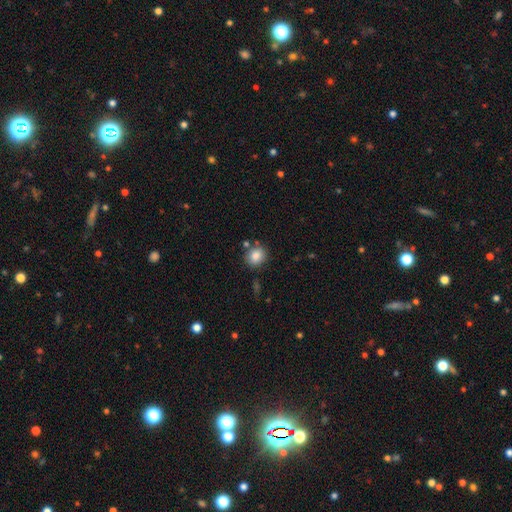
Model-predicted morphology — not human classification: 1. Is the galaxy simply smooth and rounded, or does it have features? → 84% smooth, 9% star or artifact, 6% featured or disk.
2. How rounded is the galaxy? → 65% round, 34% in between, 1% cigar-shaped.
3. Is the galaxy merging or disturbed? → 78% none, 11% minor disturbance, 8% merger, 3% major disturbance.